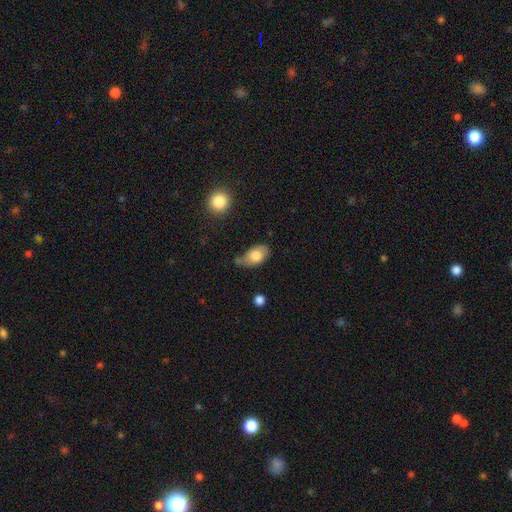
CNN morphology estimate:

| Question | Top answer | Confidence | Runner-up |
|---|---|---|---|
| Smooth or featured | smooth | 77% | featured or disk (16%) |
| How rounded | in between | 89% | round (9%) |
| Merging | none | 50% | minor disturbance (33%) |